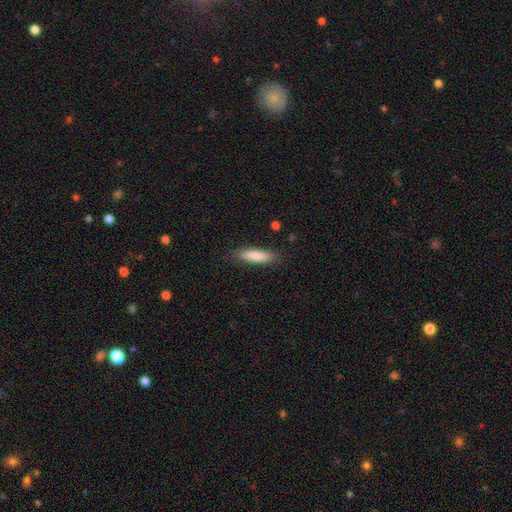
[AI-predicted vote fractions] smooth 84%, featured or disk 10%, star or artifact 6%. Down the decision tree: how rounded — cigar-shaped (71%); merging — none (86%).